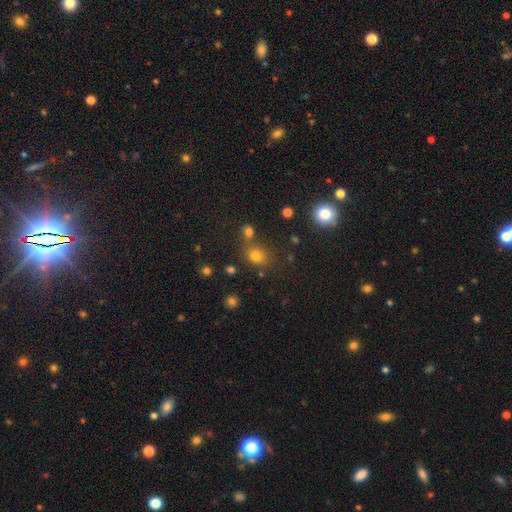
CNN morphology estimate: This appears to be a smooth galaxy with no disk features (72%) that is round (62%). Merging: none (64%).